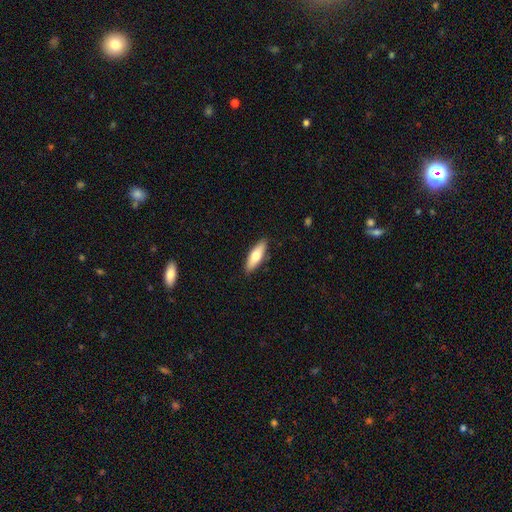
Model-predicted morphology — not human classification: smooth_or_featured: smooth (p=0.69) [alt: featured or disk p=0.26]
how_rounded: in between (p=0.51) [alt: cigar-shaped p=0.47]
merging: none (p=0.88) [alt: minor disturbance p=0.09]